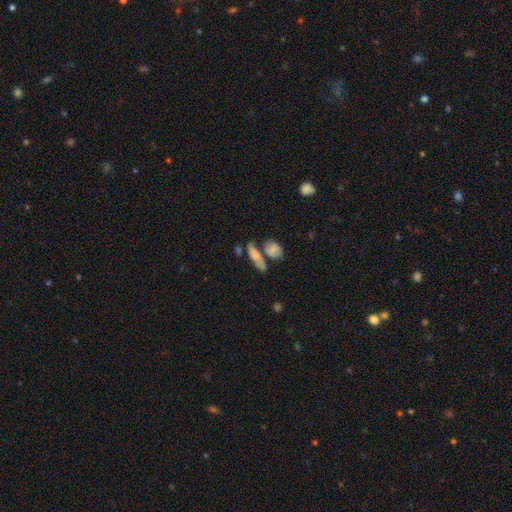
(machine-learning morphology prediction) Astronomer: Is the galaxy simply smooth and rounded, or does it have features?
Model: smooth — 68%.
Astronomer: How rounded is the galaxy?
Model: in between — 57% (runner-up: cigar-shaped, 33%).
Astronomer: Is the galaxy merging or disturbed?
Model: none — 40% (runner-up: merger, 36%).